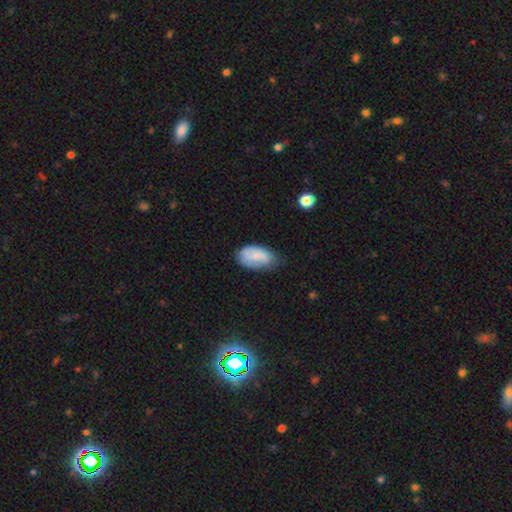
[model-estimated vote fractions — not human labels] Smooth or featured: smooth — 65% (featured or disk — 28%)
How rounded: in between — 93% (round — 5%)
Merging: none — 59% (minor disturbance — 31%)